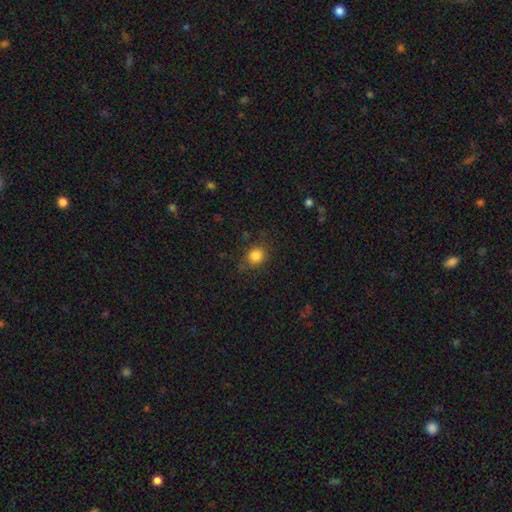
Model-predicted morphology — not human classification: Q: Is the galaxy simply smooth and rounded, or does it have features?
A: smooth — 84%.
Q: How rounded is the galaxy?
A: round — 80%.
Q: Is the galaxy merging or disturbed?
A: none — 81%.